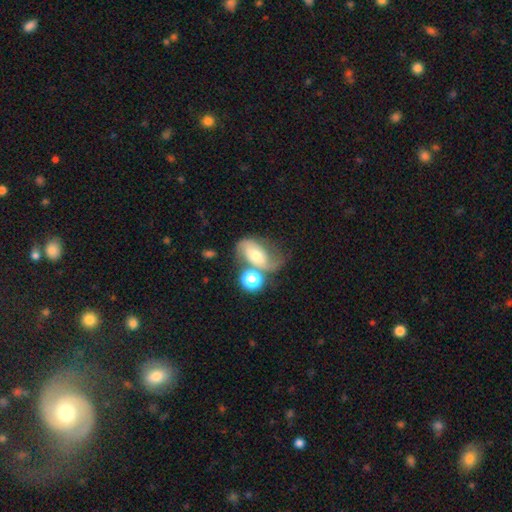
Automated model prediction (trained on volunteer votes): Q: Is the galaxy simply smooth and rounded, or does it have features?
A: featured or disk — 53%.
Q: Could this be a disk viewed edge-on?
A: no — 94%.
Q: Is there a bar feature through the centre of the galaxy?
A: no — 54%.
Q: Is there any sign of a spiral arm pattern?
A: yes — 79%.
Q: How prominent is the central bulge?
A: moderate — 55%.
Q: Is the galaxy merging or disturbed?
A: none — 38%.